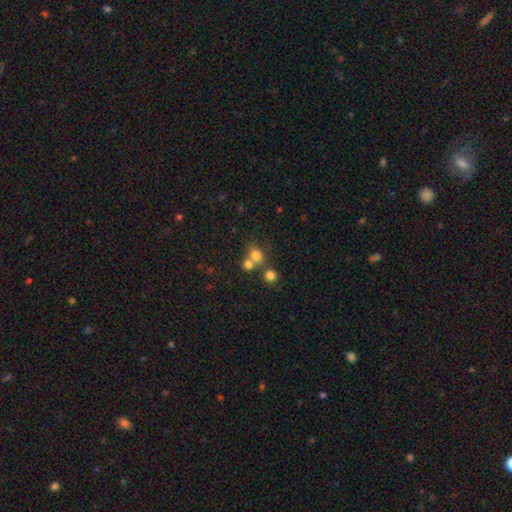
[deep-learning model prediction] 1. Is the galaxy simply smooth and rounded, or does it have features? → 75% smooth, 15% star or artifact, 10% featured or disk.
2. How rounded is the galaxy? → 66% round, 33% in between, 1% cigar-shaped.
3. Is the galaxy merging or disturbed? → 45% none, 42% merger, 9% minor disturbance, 4% major disturbance.